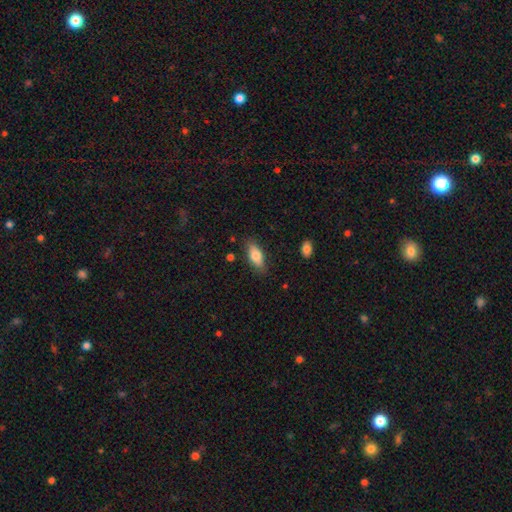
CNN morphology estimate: Q: Smooth or featured?
A: smooth (79%); runner-up: featured or disk (14%)
Q: How rounded?
A: in between (84%); runner-up: cigar-shaped (13%)
Q: Merging?
A: none (83%); runner-up: minor disturbance (13%)